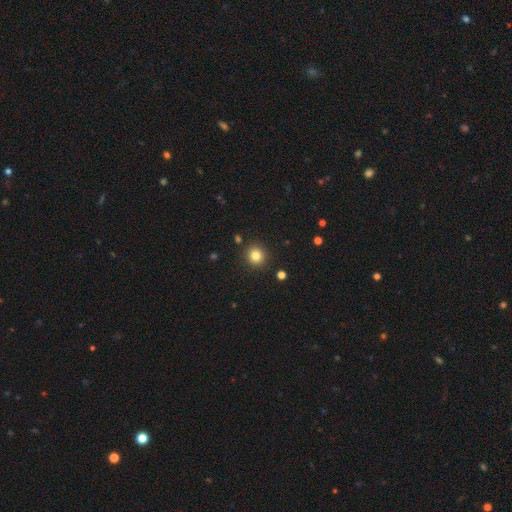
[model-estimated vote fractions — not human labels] Smooth or featured: smooth — 82% (star or artifact — 12%)
How rounded: round — 92% (in between — 7%)
Merging: none — 90% (minor disturbance — 6%)